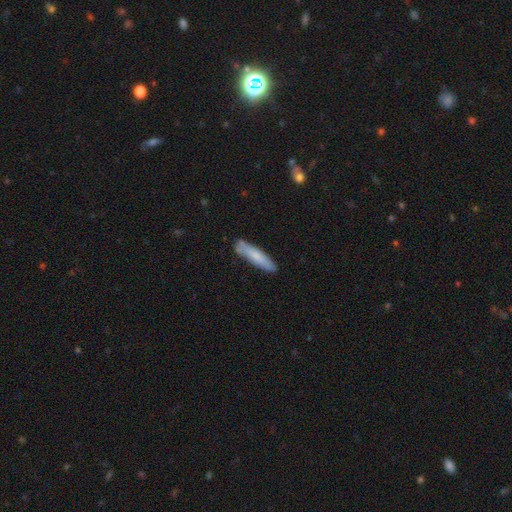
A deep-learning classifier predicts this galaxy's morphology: A smooth galaxy with no disk features (72%) that is cigar-shaped (85%). Merging: none (80%).